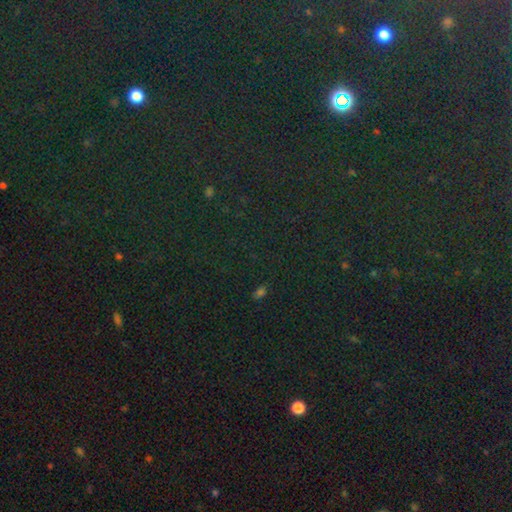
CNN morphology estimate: type=star or artifact (79%).